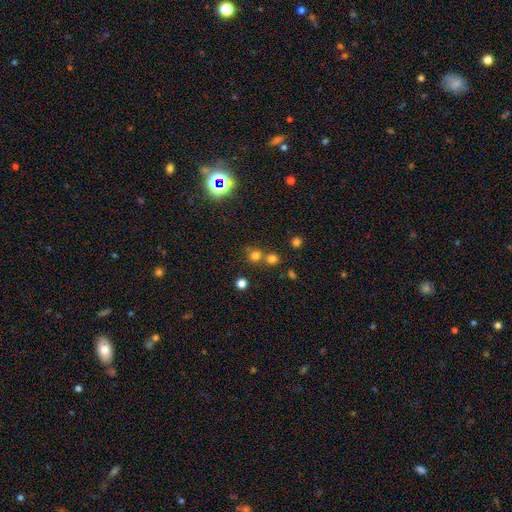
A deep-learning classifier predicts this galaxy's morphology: Smooth or featured?
  - smooth: 70% *
  - star or artifact: 22%
  - featured or disk: 8%
How rounded?
  - round: 90% *
  - in between: 9%
  - cigar-shaped: 1%
Merging?
  - none: 60% *
  - merger: 31%
  - minor disturbance: 7%
  - major disturbance: 3%